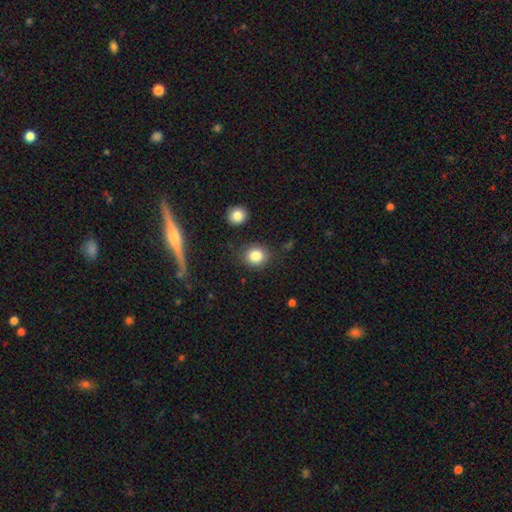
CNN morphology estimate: smooth-or-featured: smooth: 84% | star or artifact: 10% | featured or disk: 6%
  how-rounded: round: 80% | in between: 18% | cigar-shaped: 1%
  merging: none: 80% | minor disturbance: 12% | major disturbance: 4% | merger: 4%